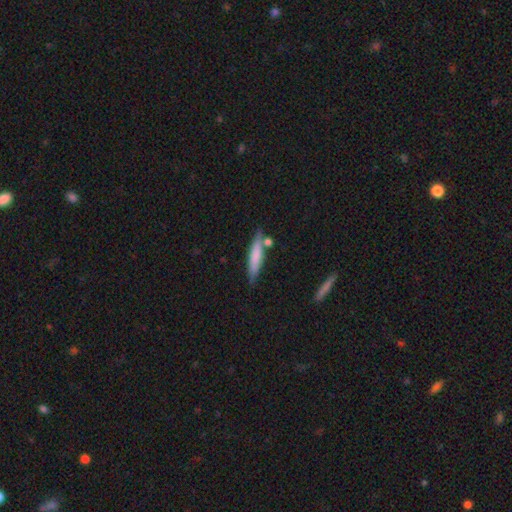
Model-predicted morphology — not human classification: Smooth or featured?
  - smooth: 68% *
  - featured or disk: 26%
  - star or artifact: 6%
How rounded?
  - cigar-shaped: 82% *
  - in between: 16%
  - round: 2%
Merging?
  - none: 71% *
  - minor disturbance: 15%
  - merger: 11%
  - major disturbance: 3%